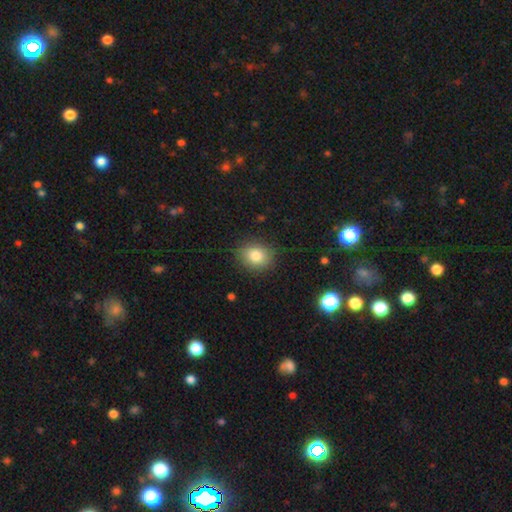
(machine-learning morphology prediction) A smooth galaxy with no disk features (83%) that is round (62%). Merging: none (85%).